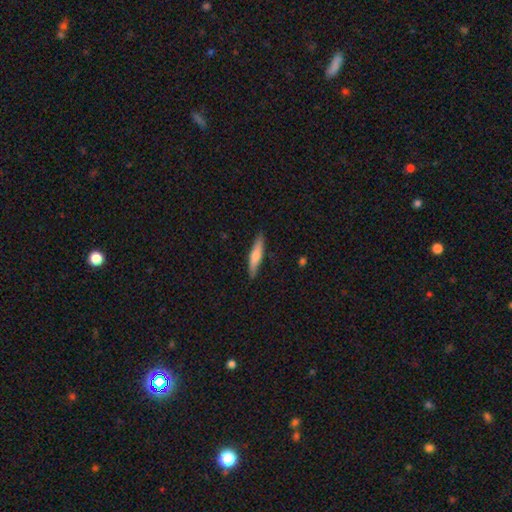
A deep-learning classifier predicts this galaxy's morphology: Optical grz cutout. It shows a smooth galaxy with no disk features (64%) that is cigar-shaped (85%). Merging: none (87%).